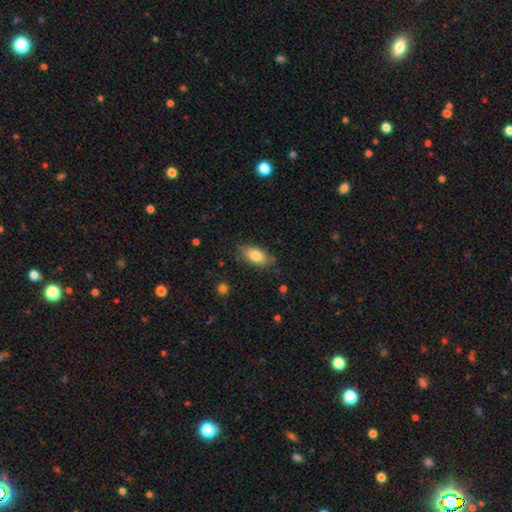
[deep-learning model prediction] Smooth or featured? smooth (81%)
How rounded? in between (90%)
Merging? none (77%)